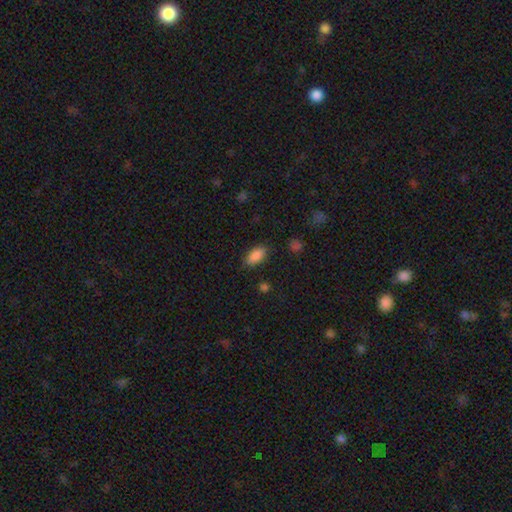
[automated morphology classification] Q: Smooth or featured?
A: smooth (87%); runner-up: star or artifact (8%)
Q: How rounded?
A: in between (92%); runner-up: cigar-shaped (4%)
Q: Merging?
A: none (82%); runner-up: minor disturbance (13%)